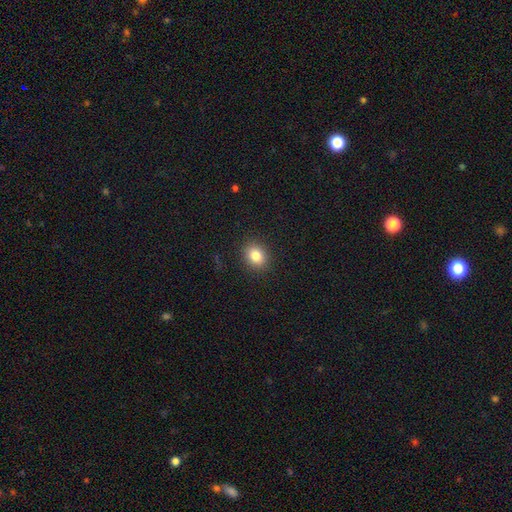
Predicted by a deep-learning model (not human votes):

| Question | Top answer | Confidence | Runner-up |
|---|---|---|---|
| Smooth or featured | smooth | 82% | star or artifact (11%) |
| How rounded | round | 59% | in between (40%) |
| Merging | none | 90% | minor disturbance (7%) |